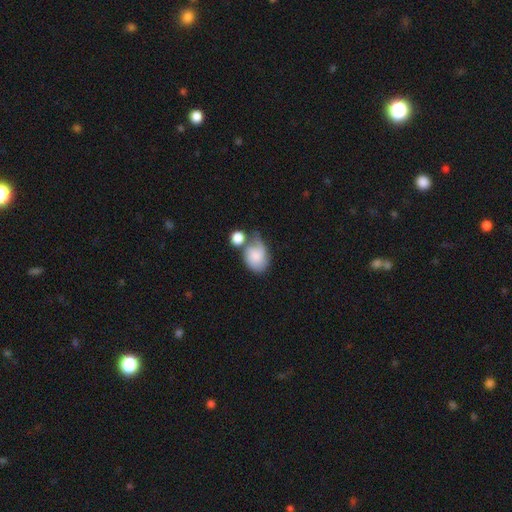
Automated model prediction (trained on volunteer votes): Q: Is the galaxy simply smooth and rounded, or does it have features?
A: smooth — 58%.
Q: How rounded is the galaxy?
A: in between — 68%.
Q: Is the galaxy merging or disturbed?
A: merger — 35%.